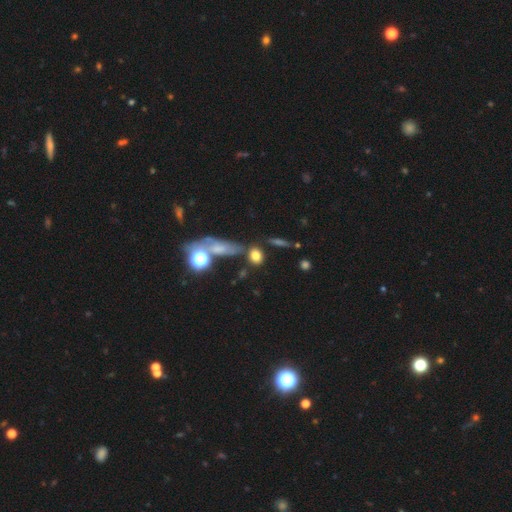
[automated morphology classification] smooth 76%, star or artifact 14%, featured or disk 11%. Down the decision tree: how rounded — in between (52%); merging — none (67%).